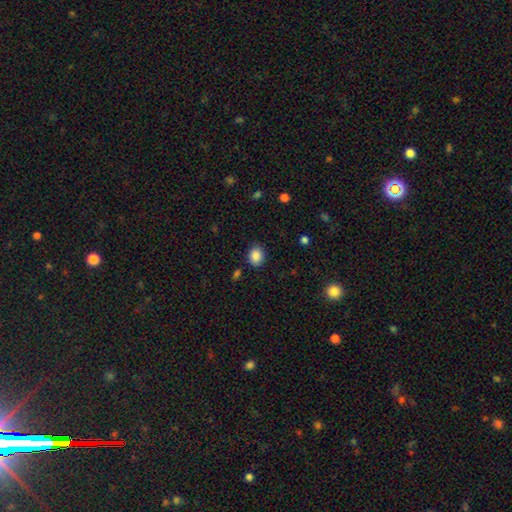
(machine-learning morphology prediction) Smooth or featured? Predicted: smooth (p=0.87). How rounded? Predicted: in between (p=0.53). Merging? Predicted: none (p=0.85).